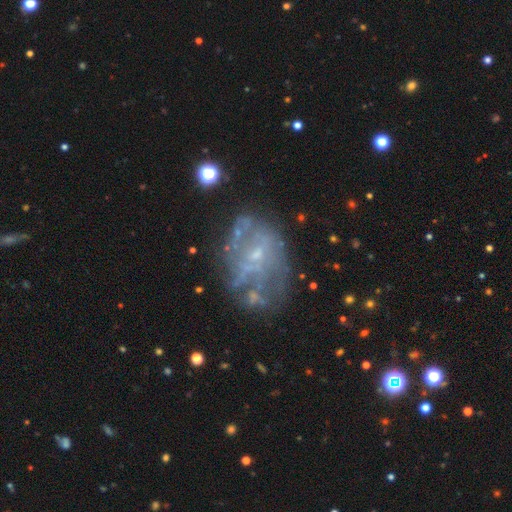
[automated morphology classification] Smooth or featured?
  - featured or disk: 68% *
  - smooth: 18%
  - star or artifact: 14%
Edge-on disk?
  - no: 97% *
  - yes: 3%
Bar?
  - no: 67% *
  - weak: 27%
  - strong: 6%
Spiral arms?
  - no: 61% *
  - yes: 39%
Bulge size?
  - small: 65% *
  - none: 18%
  - moderate: 15%
  - large: 1%
  - dominant: 1%
Merging?
  - none: 51% *
  - minor disturbance: 21%
  - major disturbance: 21%
  - merger: 7%